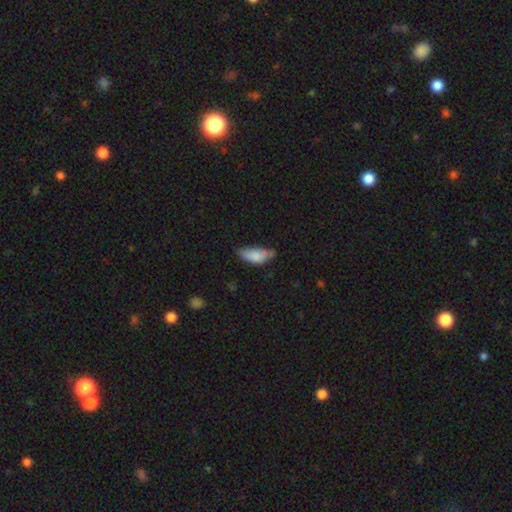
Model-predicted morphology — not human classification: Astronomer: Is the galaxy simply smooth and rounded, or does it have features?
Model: smooth — 79%.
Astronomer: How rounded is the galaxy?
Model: in between — 82%.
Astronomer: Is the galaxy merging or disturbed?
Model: minor disturbance — 41% (runner-up: none, 40%).